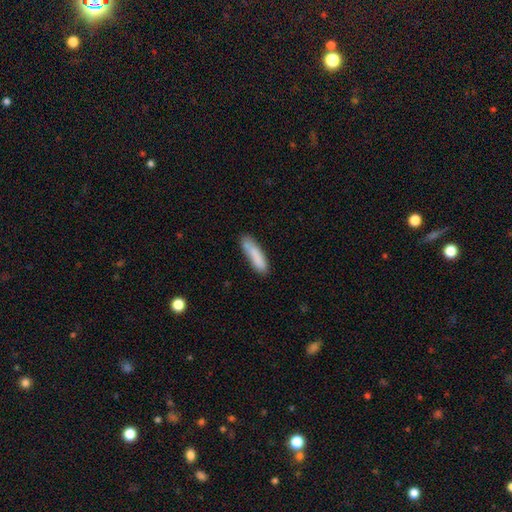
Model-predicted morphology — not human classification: smooth 82%, featured or disk 11%, star or artifact 7%. Down the decision tree: how rounded — cigar-shaped (75%); merging — none (68%).